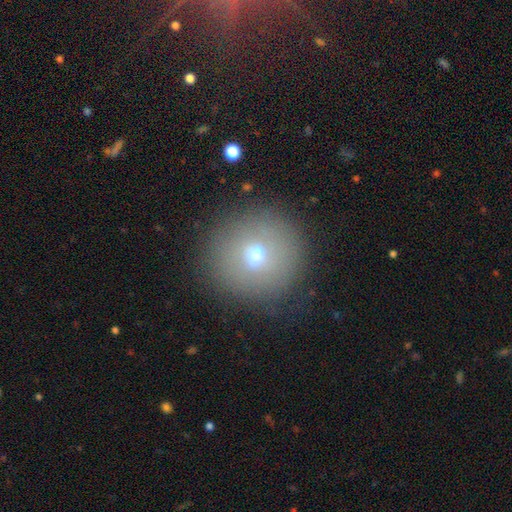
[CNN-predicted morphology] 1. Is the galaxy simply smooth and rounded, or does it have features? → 67% smooth, 18% featured or disk, 16% star or artifact.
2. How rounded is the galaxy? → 94% round, 5% in between, 1% cigar-shaped.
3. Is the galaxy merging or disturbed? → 86% none, 9% minor disturbance, 3% major disturbance, 2% merger.